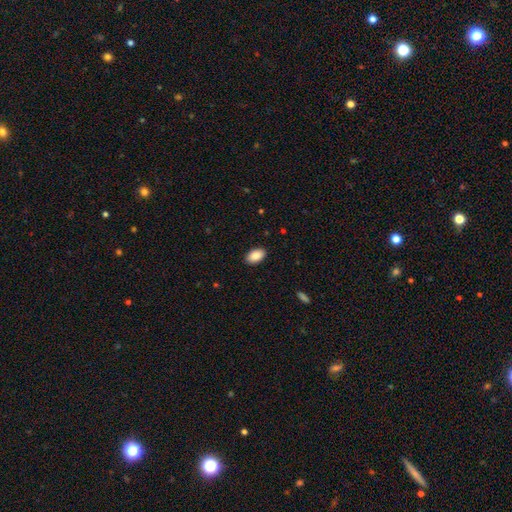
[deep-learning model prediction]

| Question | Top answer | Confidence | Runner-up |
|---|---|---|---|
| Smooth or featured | smooth | 88% | star or artifact (7%) |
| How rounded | in between | 93% | round (5%) |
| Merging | none | 89% | minor disturbance (8%) |